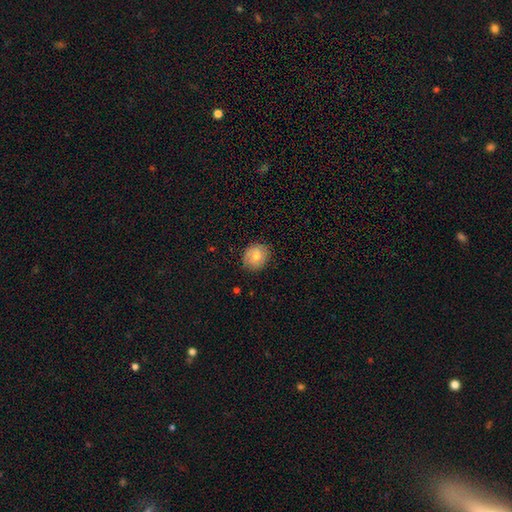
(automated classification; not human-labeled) Smooth or featured? Predicted: smooth (p=0.72). How rounded? Predicted: round (p=0.70). Merging? Predicted: none (p=0.81).